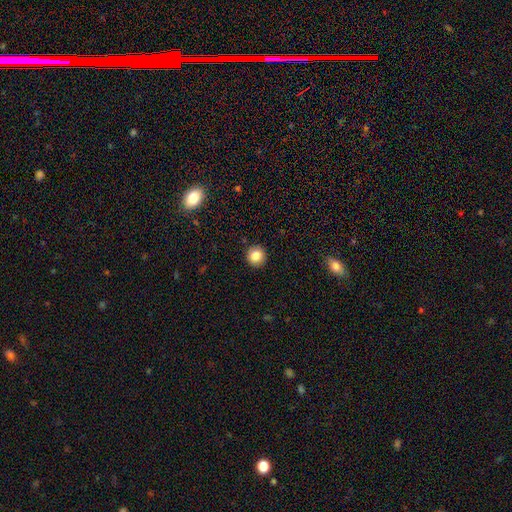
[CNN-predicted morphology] This is clearly a smooth galaxy (84%). How rounded: clearly round (94%). Merging: clearly none (92%).